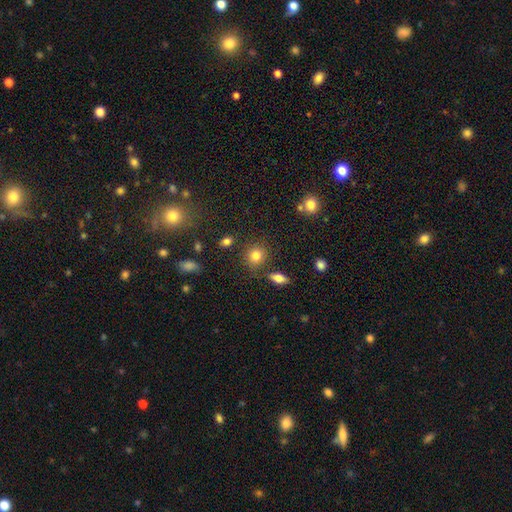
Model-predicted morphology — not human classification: This is clearly a smooth galaxy (82%). How rounded: likely round (75%). Merging: likely none (79%).